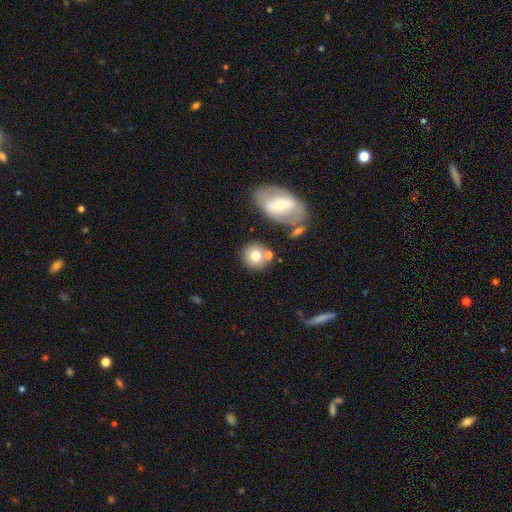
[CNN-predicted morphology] This appears to be a smooth galaxy with no disk features (74%) that is round (85%). Merging: none (63%).